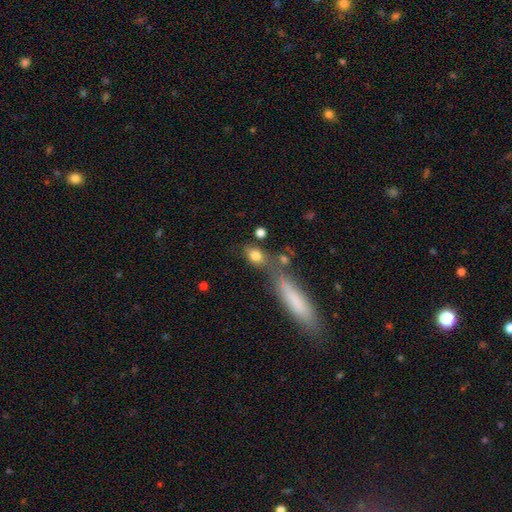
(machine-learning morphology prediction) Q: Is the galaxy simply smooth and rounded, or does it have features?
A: smooth — 79%.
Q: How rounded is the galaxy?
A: in between — 65%.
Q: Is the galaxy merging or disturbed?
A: none — 56%.